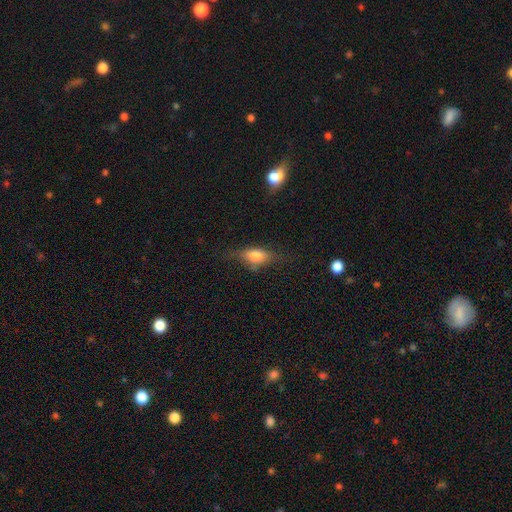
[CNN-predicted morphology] Smooth or featured: smooth — 71% (featured or disk — 20%)
How rounded: in between — 80% (round — 11%)
Merging: none — 56% (minor disturbance — 28%)